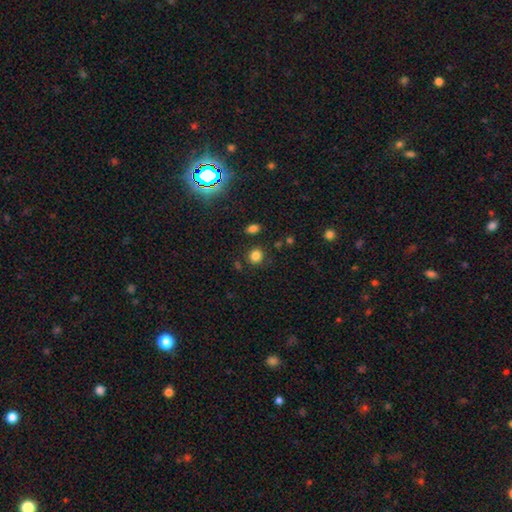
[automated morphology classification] A smooth galaxy with no disk features (82%) that is round (84%). Merging: none (84%).